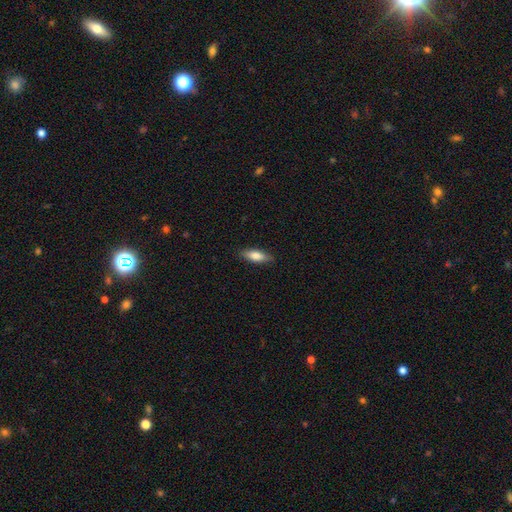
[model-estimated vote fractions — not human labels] smooth_or_featured: smooth (p=0.77) [alt: featured or disk p=0.17]
how_rounded: in between (p=0.61) [alt: cigar-shaped p=0.37]
merging: none (p=0.87) [alt: minor disturbance p=0.10]